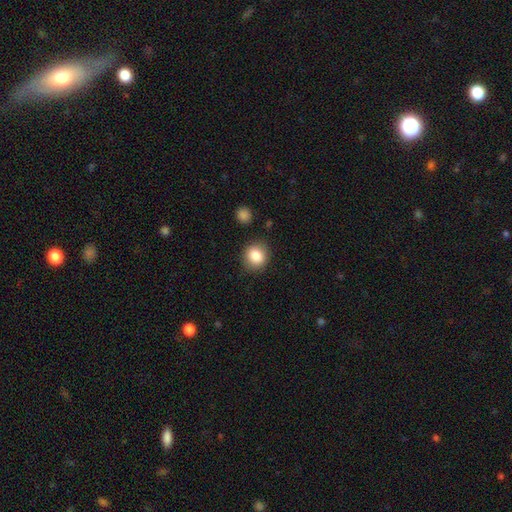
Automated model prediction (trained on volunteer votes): A smooth galaxy with no disk features (85%) that is round (78%).

Vote fractions:
- Smooth or featured? smooth: 85% / star or artifact: 9% / featured or disk: 6%
- How rounded? round: 78% / in between: 21% / cigar-shaped: 1%
- Merging? none: 85% / minor disturbance: 10% / major disturbance: 3% / merger: 2%